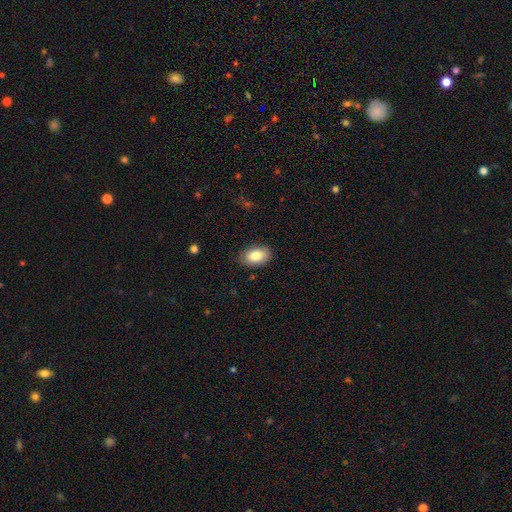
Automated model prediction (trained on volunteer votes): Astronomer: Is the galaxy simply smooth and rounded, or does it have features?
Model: smooth — 81%.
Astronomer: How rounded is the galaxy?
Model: in between — 90%.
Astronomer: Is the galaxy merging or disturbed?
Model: none — 85%.